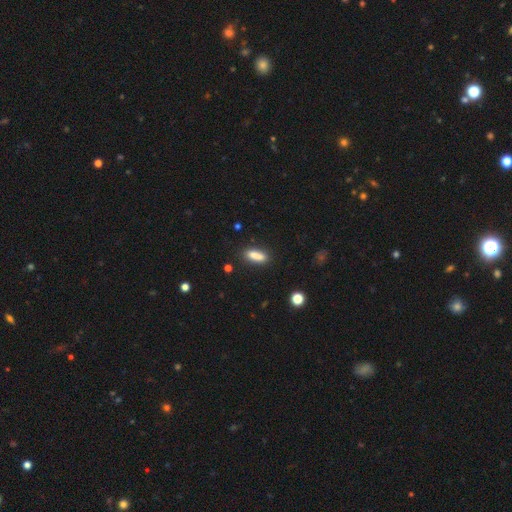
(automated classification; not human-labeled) Smooth or featured?
  - smooth: 83% *
  - featured or disk: 9%
  - star or artifact: 8%
How rounded?
  - in between: 54% *
  - cigar-shaped: 43%
  - round: 3%
Merging?
  - none: 79% *
  - minor disturbance: 14%
  - merger: 4%
  - major disturbance: 3%